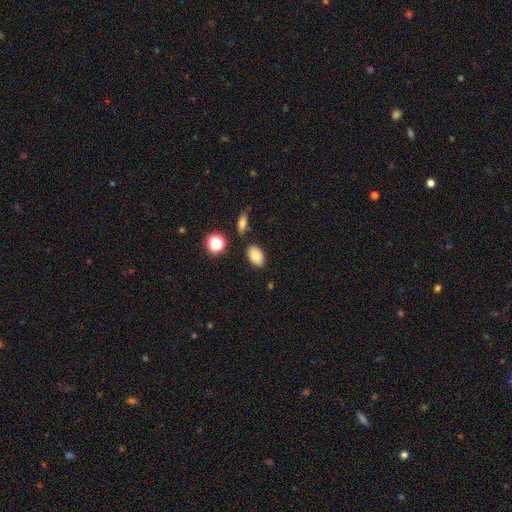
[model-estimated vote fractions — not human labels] Smooth or featured?
  - smooth: 84% *
  - star or artifact: 10%
  - featured or disk: 7%
How rounded?
  - in between: 89% *
  - round: 9%
  - cigar-shaped: 2%
Merging?
  - none: 82% *
  - minor disturbance: 11%
  - merger: 4%
  - major disturbance: 3%